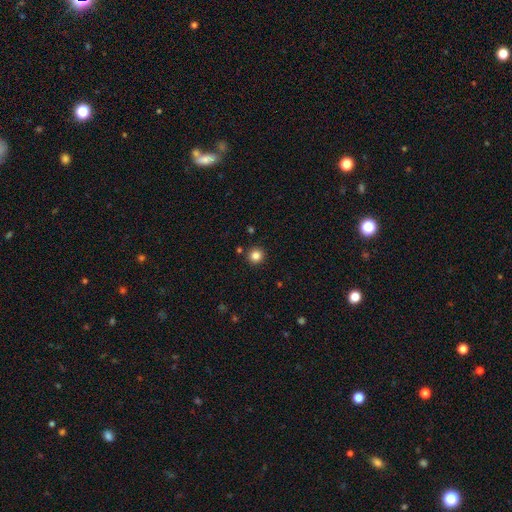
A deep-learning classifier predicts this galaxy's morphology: type=smooth (84%); roundness=round (95%); merging=none (91%).